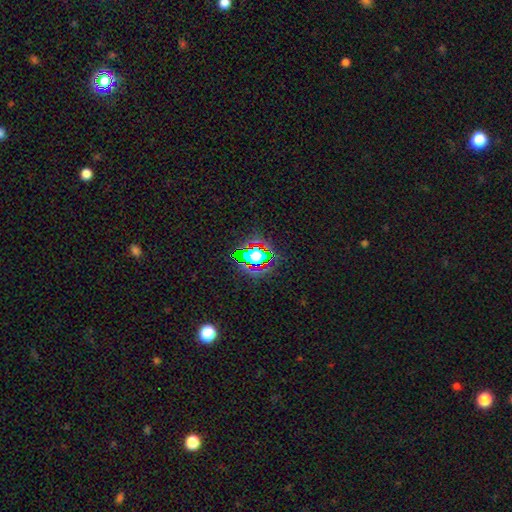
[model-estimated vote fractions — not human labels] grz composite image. It shows a star or artifact, not a galaxy (60%).